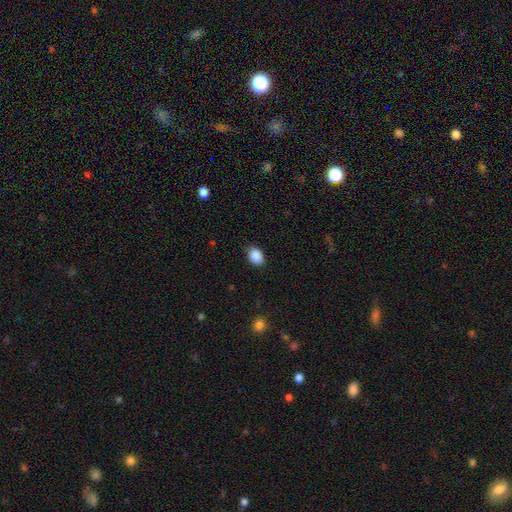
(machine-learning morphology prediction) Smooth or featured? smooth (90%)
How rounded? in between (71%)
Merging? none (84%)